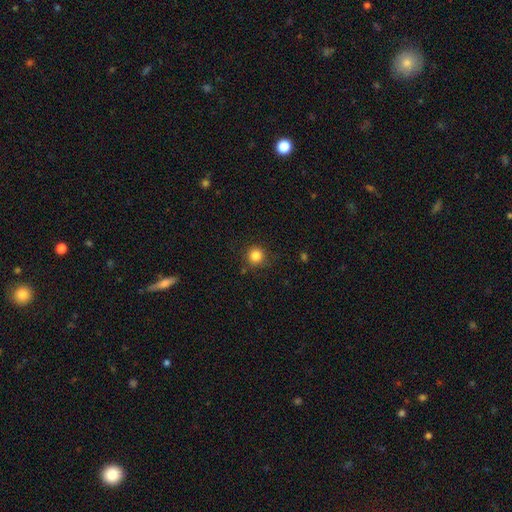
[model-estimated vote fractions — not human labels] Smooth or featured: smooth — 84% (star or artifact — 12%)
How rounded: round — 94% (in between — 5%)
Merging: none — 85% (minor disturbance — 10%)